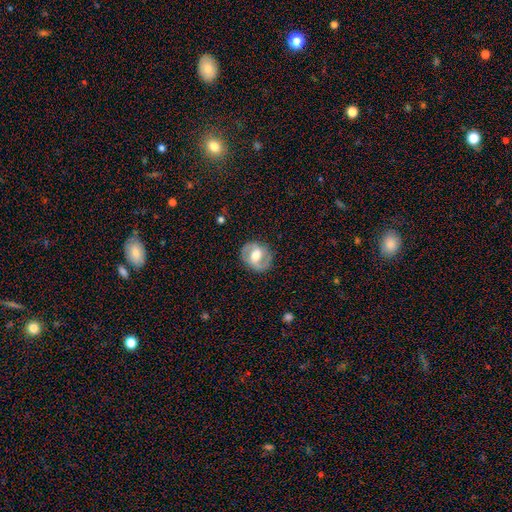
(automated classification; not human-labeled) Smooth or featured? featured or disk (66%)
Edge-on disk? no (96%)
Bar? weak (44%)
Spiral arms? yes (69%)
Bulge size? moderate (61%)
Merging? none (83%)